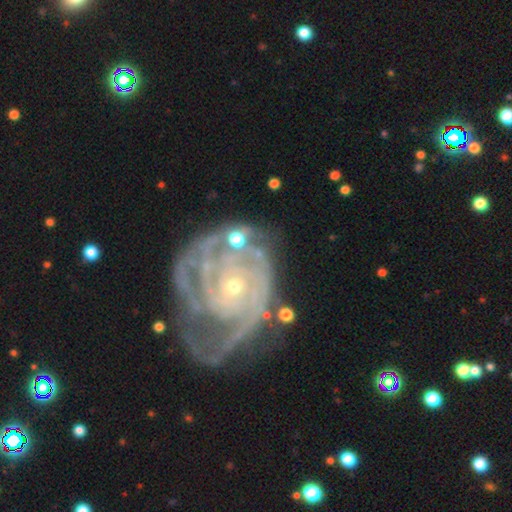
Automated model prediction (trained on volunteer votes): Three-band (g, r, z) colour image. It shows a featured or disk galaxy (89%) with no bar (74%), tight (73%) spiral arms (96%) and a small central bulge (82%). Merging: none (54%).